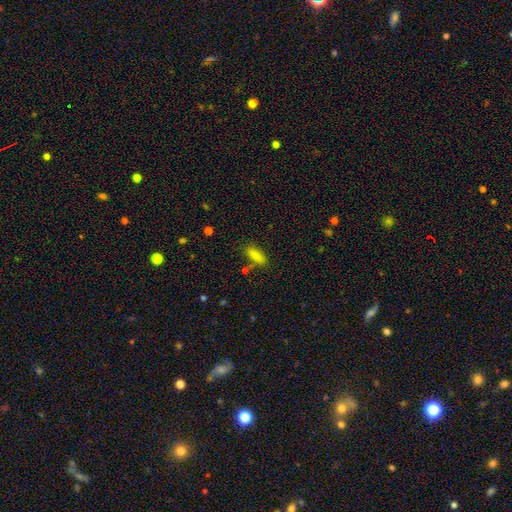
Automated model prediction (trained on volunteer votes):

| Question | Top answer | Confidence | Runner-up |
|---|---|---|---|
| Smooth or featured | smooth | 86% | star or artifact (9%) |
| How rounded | in between | 64% | cigar-shaped (34%) |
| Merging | none | 78% | minor disturbance (14%) |